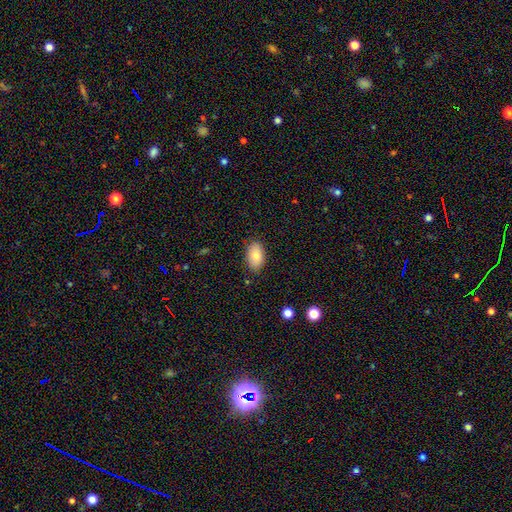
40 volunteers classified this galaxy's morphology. smooth_or_featured: smooth (p=0.80) [alt: featured or disk p=0.10]
how_rounded: in between (p=1.00)
merging: none (p=0.92) [alt: minor disturbance p=0.06]